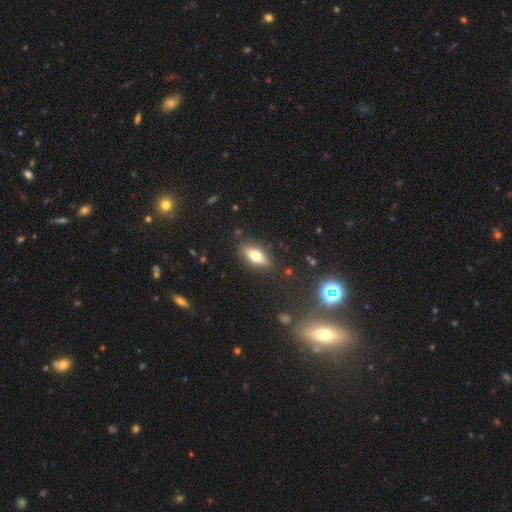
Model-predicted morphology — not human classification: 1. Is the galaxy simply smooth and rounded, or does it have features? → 62% smooth, 30% featured or disk, 9% star or artifact.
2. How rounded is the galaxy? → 73% in between, 22% cigar-shaped, 4% round.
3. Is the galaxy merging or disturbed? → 86% none, 10% minor disturbance, 3% major disturbance, 2% merger.